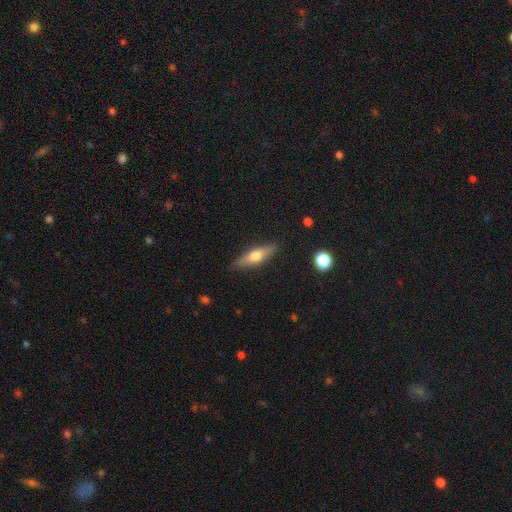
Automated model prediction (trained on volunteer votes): The model was most divided on "smooth or featured": smooth: 47%, featured or disk: 46%, star or artifact: 6%. More confident: merging — none (87%).